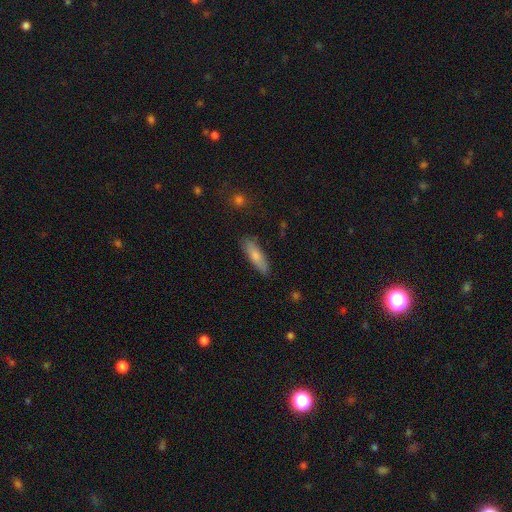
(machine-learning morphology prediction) Smooth or featured: smooth — 77% (featured or disk — 17%)
How rounded: cigar-shaped — 60% (in between — 38%)
Merging: none — 84% (minor disturbance — 12%)